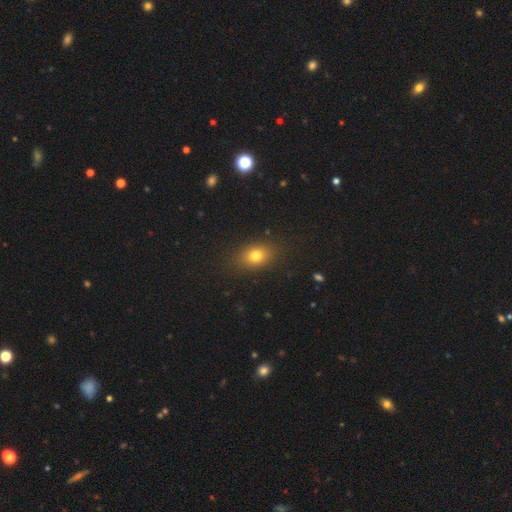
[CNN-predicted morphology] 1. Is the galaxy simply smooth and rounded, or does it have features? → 78% smooth, 13% star or artifact, 9% featured or disk.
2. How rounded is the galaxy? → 69% in between, 29% round, 2% cigar-shaped.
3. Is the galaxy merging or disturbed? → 85% none, 10% minor disturbance, 3% major disturbance, 1% merger.